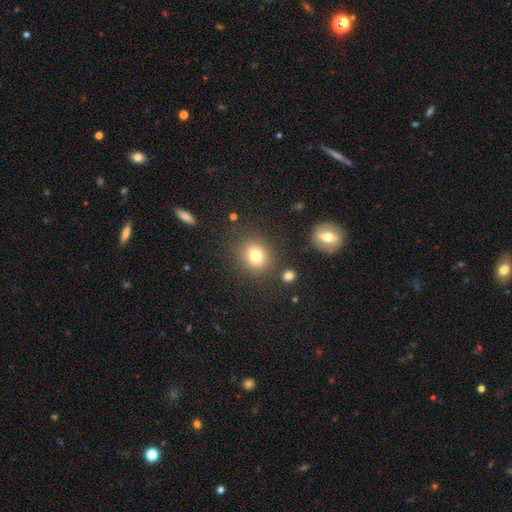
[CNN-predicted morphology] Smooth or featured? smooth (78%)
How rounded? round (69%)
Merging? none (82%)